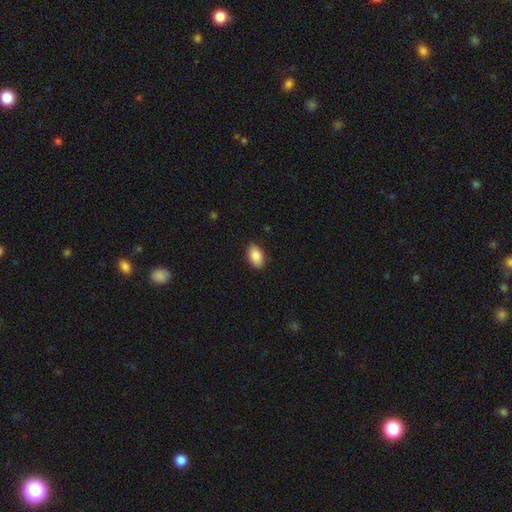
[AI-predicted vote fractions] Morphology: type=smooth (88%); roundness=in between (92%); merging=none (88%).